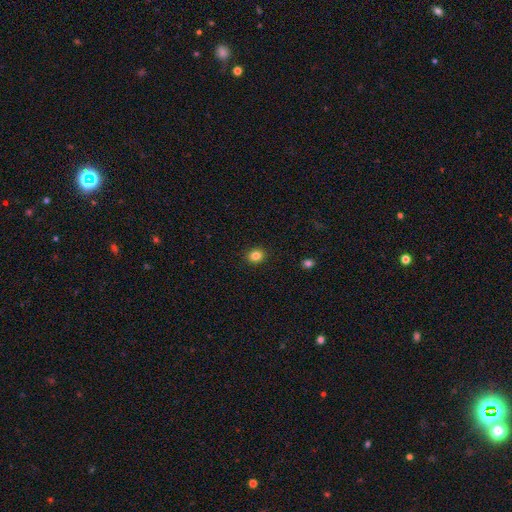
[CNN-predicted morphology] smooth_or_featured: smooth (p=0.84) [alt: star or artifact p=0.11]
how_rounded: round (p=0.68) [alt: in between p=0.31]
merging: none (p=0.91) [alt: minor disturbance p=0.06]